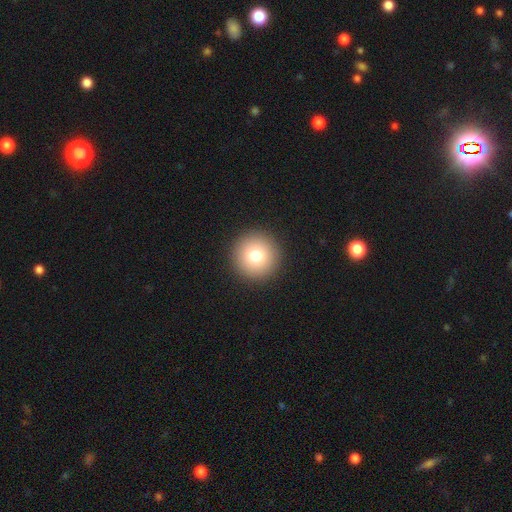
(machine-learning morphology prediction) A smooth galaxy with no disk features (78%) that is round (96%).

Vote fractions:
- Smooth or featured? smooth: 78% / featured or disk: 11% / star or artifact: 11%
- How rounded? round: 96% / in between: 3% / cigar-shaped: 1%
- Merging? none: 93% / minor disturbance: 4% / major disturbance: 2% / merger: 1%